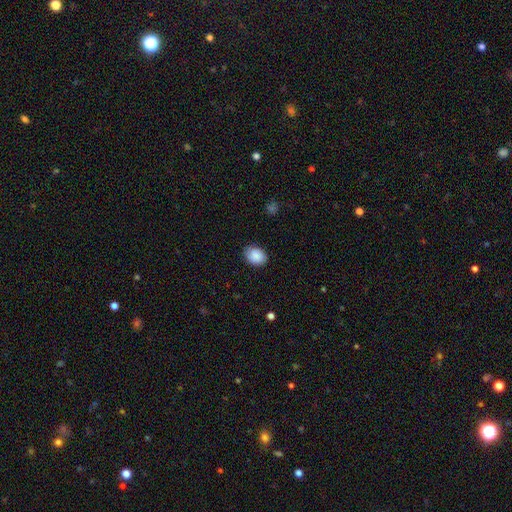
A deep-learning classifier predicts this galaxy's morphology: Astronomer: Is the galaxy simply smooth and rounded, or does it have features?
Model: smooth — 88%.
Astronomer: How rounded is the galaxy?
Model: in between — 69%.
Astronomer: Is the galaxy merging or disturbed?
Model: none — 83%.